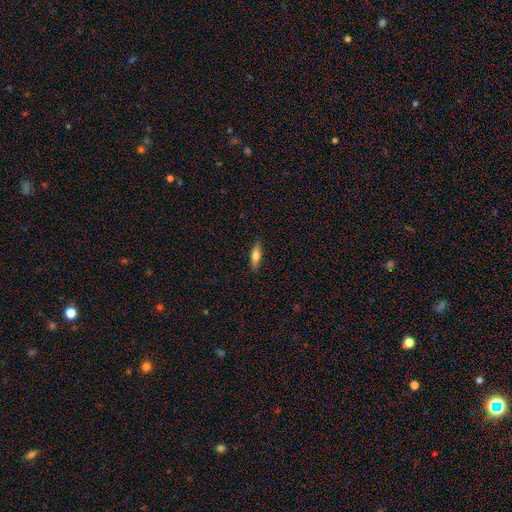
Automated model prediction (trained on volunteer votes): Q: Smooth or featured?
A: smooth (69%); runner-up: featured or disk (25%)
Q: How rounded?
A: in between (50%); runner-up: cigar-shaped (48%)
Q: Merging?
A: none (87%); runner-up: minor disturbance (10%)